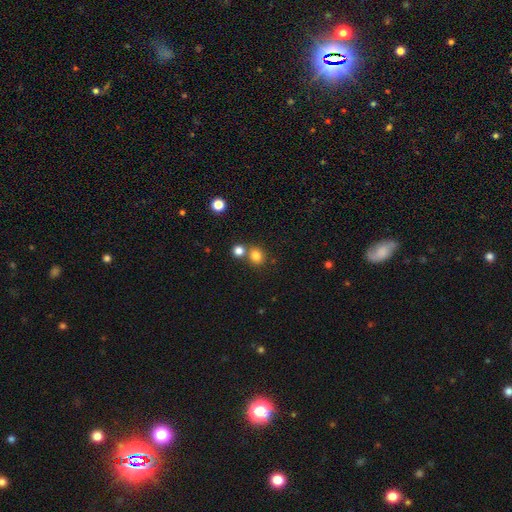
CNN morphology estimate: Smooth or featured?
  - smooth: 81% *
  - star or artifact: 13%
  - featured or disk: 6%
How rounded?
  - round: 83% *
  - in between: 16%
  - cigar-shaped: 1%
Merging?
  - none: 65% *
  - merger: 25%
  - minor disturbance: 7%
  - major disturbance: 3%